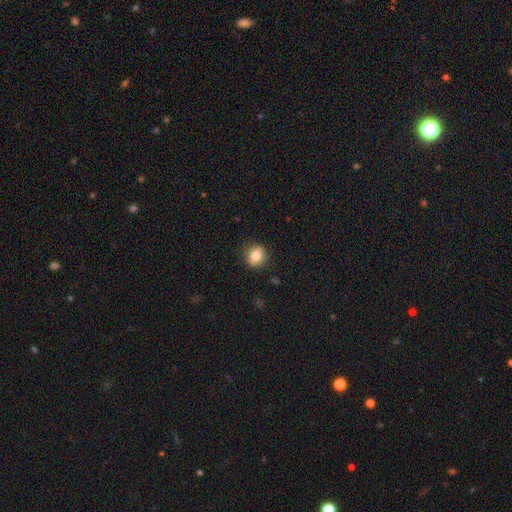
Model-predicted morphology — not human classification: A smooth galaxy with no disk features (81%) that is round (74%).

Vote fractions:
- Smooth or featured? smooth: 81% / star or artifact: 9% / featured or disk: 9%
- How rounded? round: 74% / in between: 25% / cigar-shaped: 1%
- Merging? none: 89% / minor disturbance: 8% / major disturbance: 2% / merger: 1%